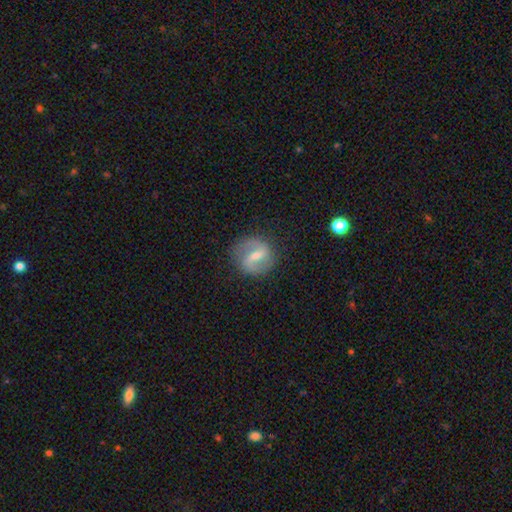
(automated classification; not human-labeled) smooth_or_featured: featured or disk (p=0.69) [alt: smooth p=0.24]
disk_edge_on: no (p=0.96) [alt: yes p=0.04]
bar: strong (p=0.45) [alt: weak p=0.43]
has_spiral_arms: yes (p=0.82) [alt: no p=0.18]
spiral_winding: loose (p=0.44) [alt: medium p=0.41]
spiral_arm_count: 2 (p=0.86) [alt: can't tell p=0.07]
bulge_size: small (p=0.51) [alt: moderate p=0.40]
merging: none (p=0.80) [alt: minor disturbance p=0.13]